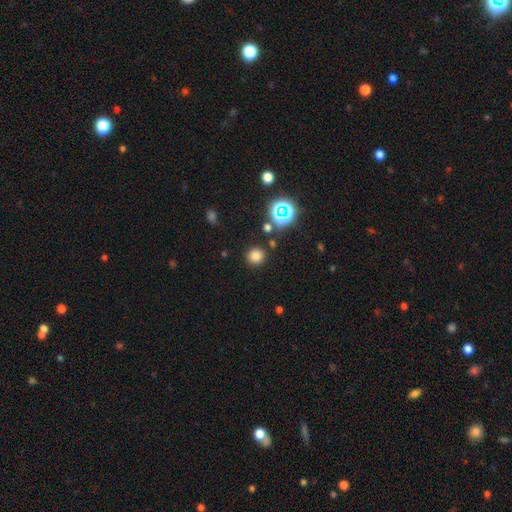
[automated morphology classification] A smooth galaxy with no disk features (75%) that is round (91%). Merging: none (88%).